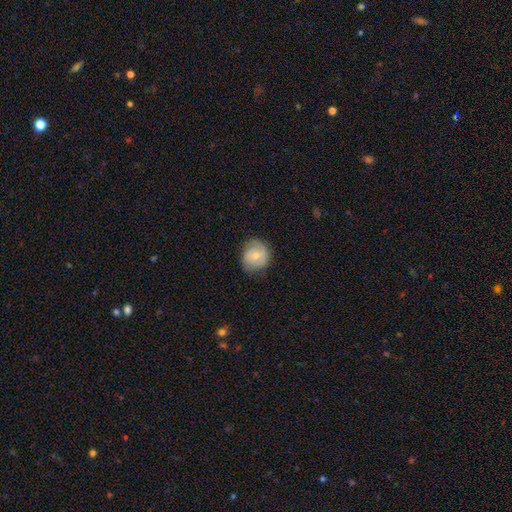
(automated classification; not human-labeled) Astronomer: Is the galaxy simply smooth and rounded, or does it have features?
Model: smooth — 55% (runner-up: featured or disk, 38%).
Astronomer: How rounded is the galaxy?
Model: round — 81%.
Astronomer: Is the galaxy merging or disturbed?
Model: none — 68%.